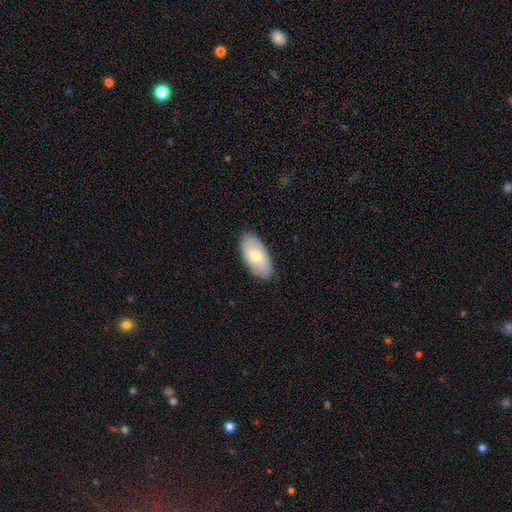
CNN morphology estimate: Smooth or featured? Predicted: smooth (p=0.67). How rounded? Predicted: in between (p=0.94). Merging? Predicted: none (p=0.87).